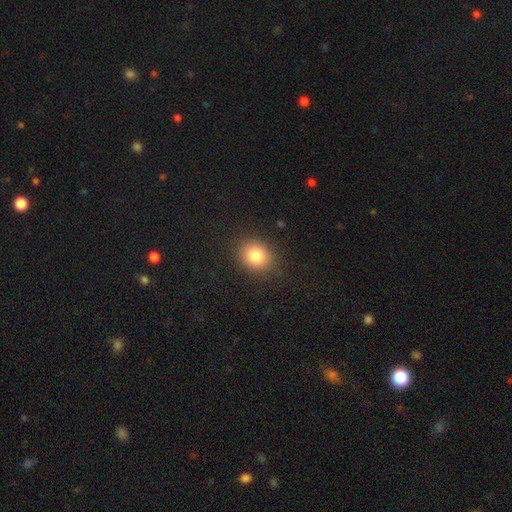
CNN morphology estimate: Q: Smooth or featured?
A: smooth (83%); runner-up: star or artifact (10%)
Q: How rounded?
A: round (66%); runner-up: in between (33%)
Q: Merging?
A: none (88%); runner-up: minor disturbance (8%)